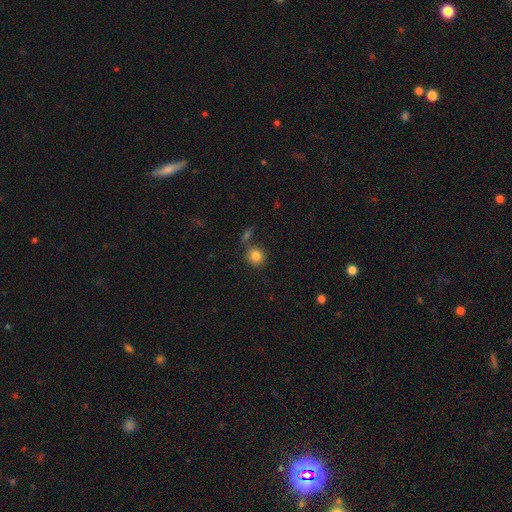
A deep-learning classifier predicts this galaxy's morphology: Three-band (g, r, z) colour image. It shows a smooth galaxy with no disk features (84%) that is round (81%). Merging: none (66%).